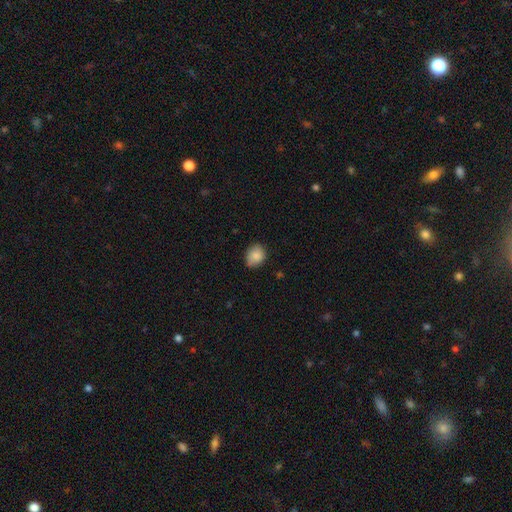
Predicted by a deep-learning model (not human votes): smooth 86%, star or artifact 8%, featured or disk 6%. Down the decision tree: how rounded — round (52%); merging — none (74%).